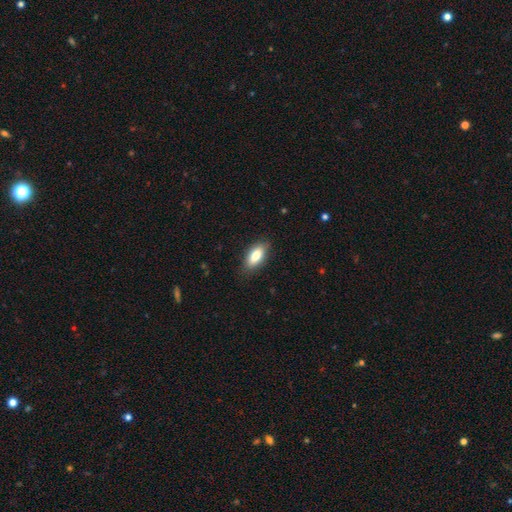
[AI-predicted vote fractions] Smooth or featured? Predicted: smooth (p=0.82). How rounded? Predicted: in between (p=0.87). Merging? Predicted: none (p=0.84).